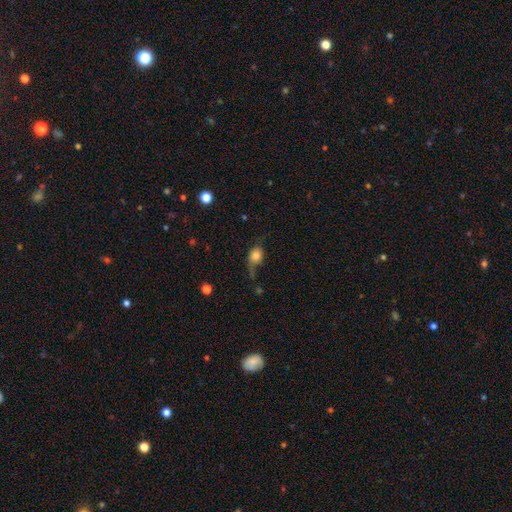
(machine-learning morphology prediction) A smooth galaxy with no disk features (74%) that is in between round and cigar-shaped (50%). Merging: none (39%).